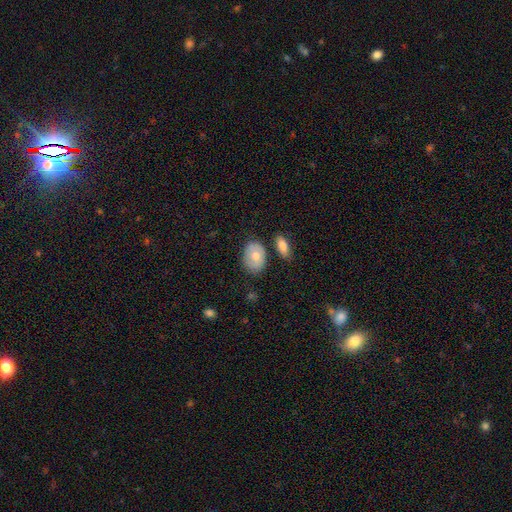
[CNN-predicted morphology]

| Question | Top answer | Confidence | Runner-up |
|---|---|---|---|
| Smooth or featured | smooth | 69% | featured or disk (24%) |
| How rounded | in between | 77% | round (21%) |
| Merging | none | 72% | minor disturbance (15%) |